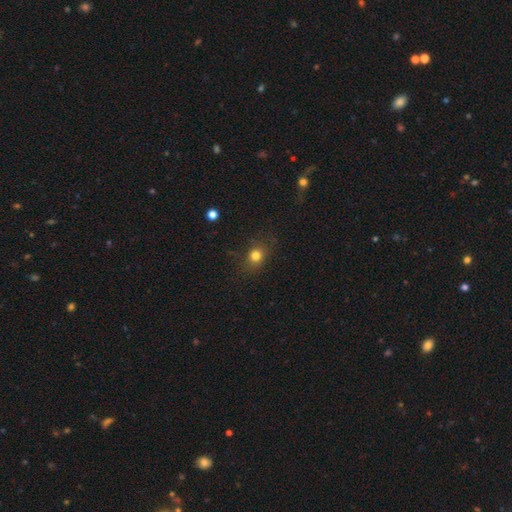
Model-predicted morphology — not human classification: A smooth galaxy with no disk features (78%) that is round (68%). Merging: none (81%).